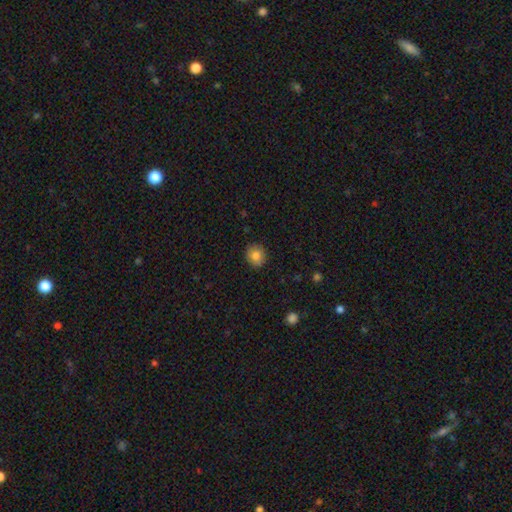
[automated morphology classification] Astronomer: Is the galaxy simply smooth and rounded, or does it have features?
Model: smooth — 82%.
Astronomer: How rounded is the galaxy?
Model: round — 84%.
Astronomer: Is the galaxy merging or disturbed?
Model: none — 89%.